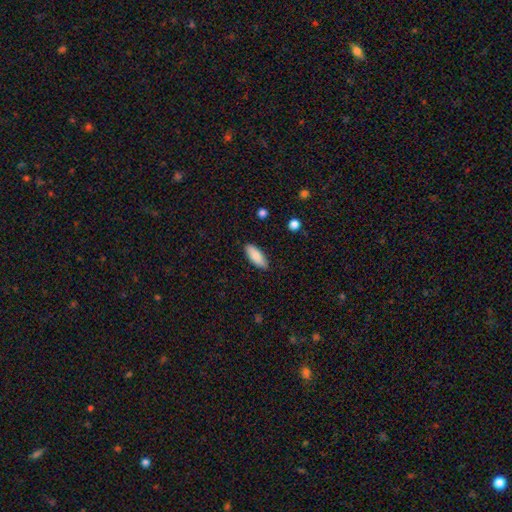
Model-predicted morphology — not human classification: smooth 88%, featured or disk 7%, star or artifact 6%. Down the decision tree: how rounded — in between (75%); merging — none (87%).